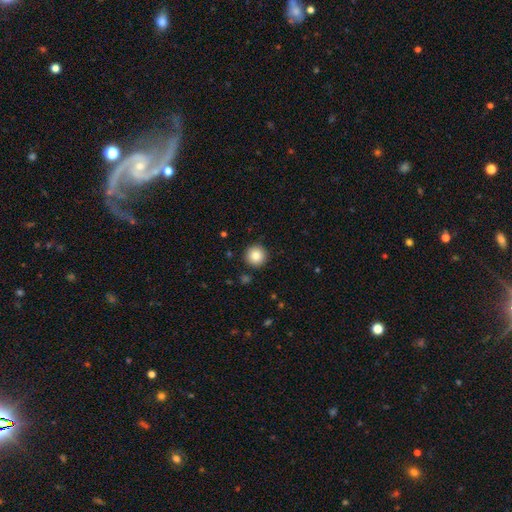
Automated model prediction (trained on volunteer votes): Smooth or featured? Predicted: smooth (p=0.84). How rounded? Predicted: round (p=0.96). Merging? Predicted: none (p=0.92).